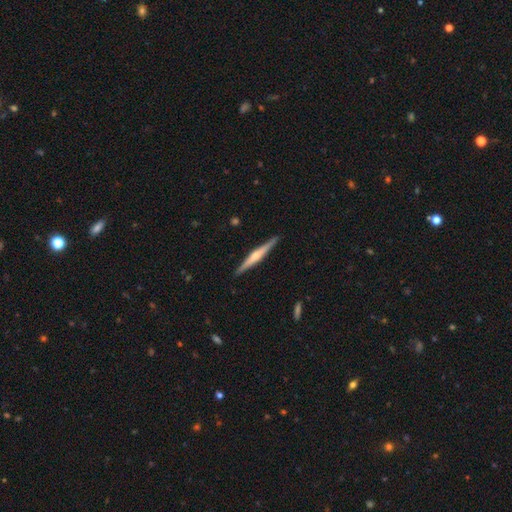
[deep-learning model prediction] Smooth or featured? featured or disk (66%)
Edge-on disk? yes (98%)
Edge-on bulge? rounded (76%)
Merging? none (91%)